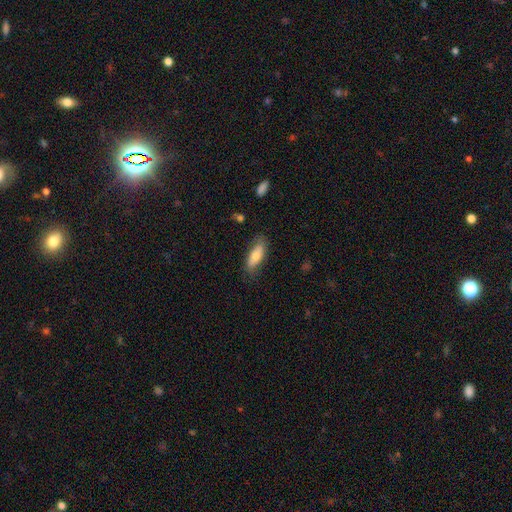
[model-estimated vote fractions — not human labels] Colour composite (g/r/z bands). It shows a smooth galaxy with no disk features (72%) that is in between round and cigar-shaped (69%). Merging: none (75%).